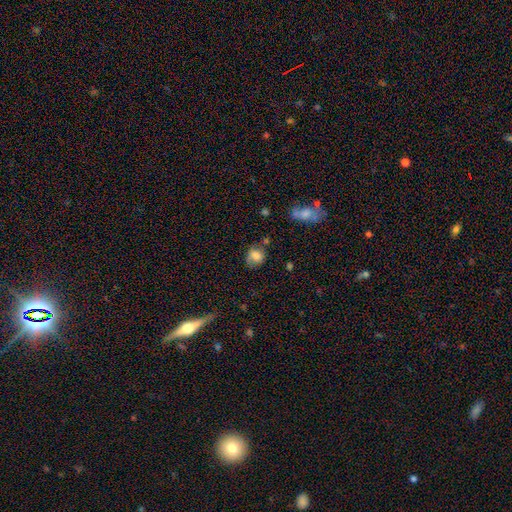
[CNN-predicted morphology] smooth_or_featured: smooth (p=0.73) [alt: featured or disk p=0.18]
how_rounded: round (p=0.62) [alt: in between p=0.37]
merging: none (p=0.58) [alt: minor disturbance p=0.27]